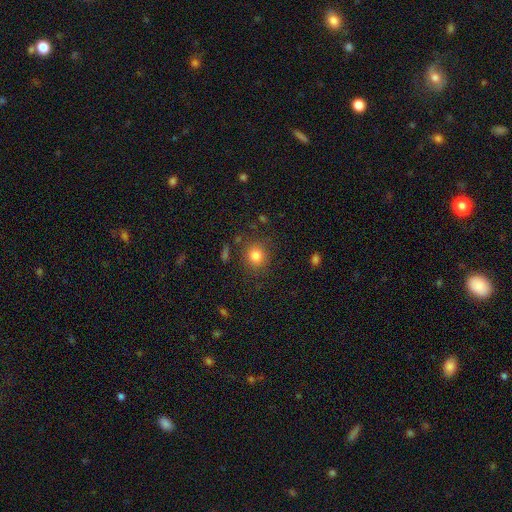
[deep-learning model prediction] smooth-or-featured: smooth: 82% | star or artifact: 12% | featured or disk: 7%
  how-rounded: round: 85% | in between: 14% | cigar-shaped: 1%
  merging: none: 82% | minor disturbance: 11% | major disturbance: 4% | merger: 3%